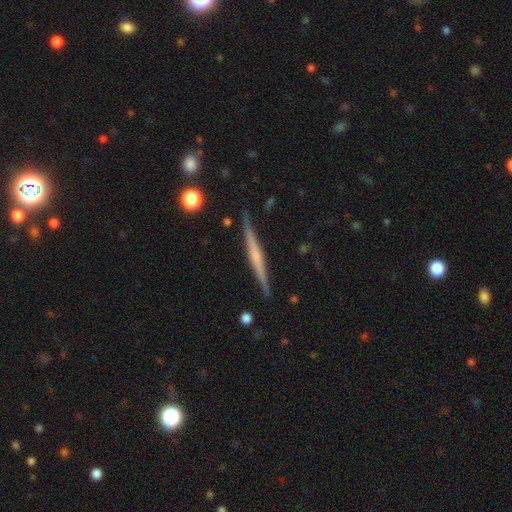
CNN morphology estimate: featured or disk 68%, smooth 26%, star or artifact 6%. Down the decision tree: edge-on disk — yes (98%); edge-on bulge — none (43%); merging — none (88%).